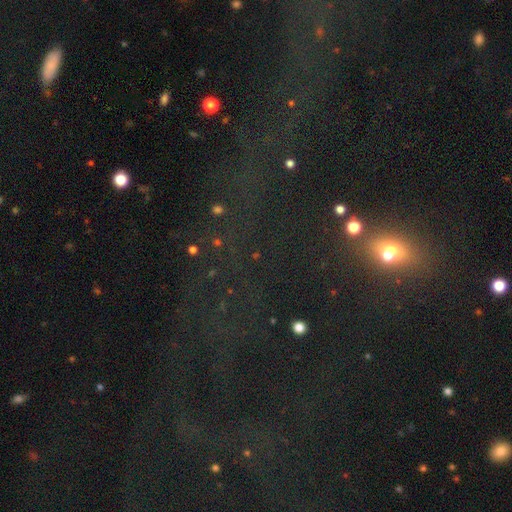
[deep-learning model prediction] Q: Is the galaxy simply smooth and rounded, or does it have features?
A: star or artifact — 59%.